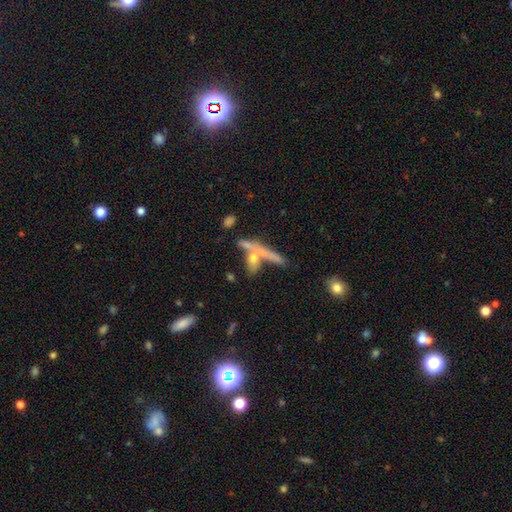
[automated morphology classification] Smooth or featured?
  - smooth: 56% *
  - featured or disk: 35%
  - star or artifact: 9%
How rounded?
  - cigar-shaped: 67% *
  - in between: 25%
  - round: 8%
Merging?
  - none: 47% *
  - merger: 35%
  - minor disturbance: 12%
  - major disturbance: 7%